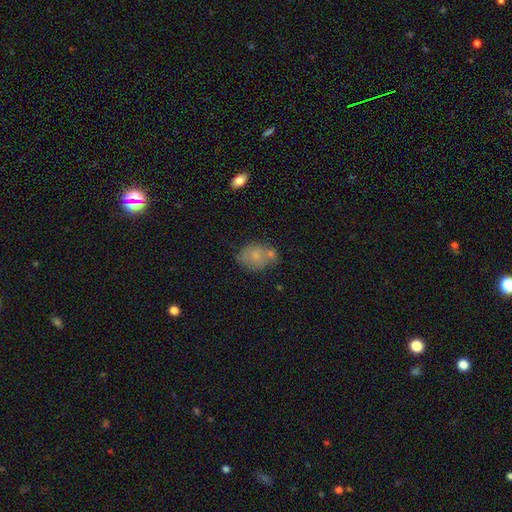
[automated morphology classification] This is likely a smooth galaxy (69%). How rounded: possibly in between (57%). Merging: possibly none (47%).